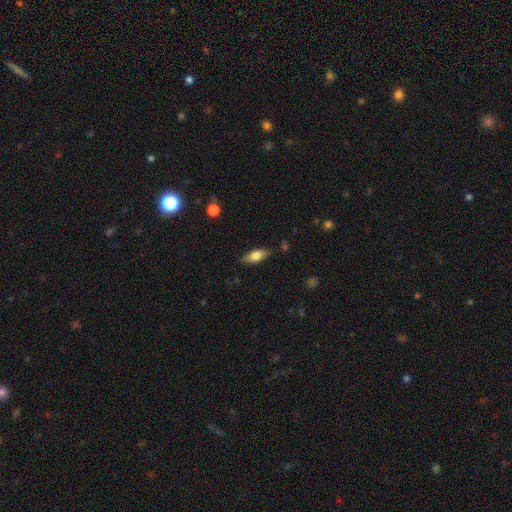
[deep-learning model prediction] A smooth galaxy with no disk features (75%) that is in between round and cigar-shaped (79%). Merging: none (83%).